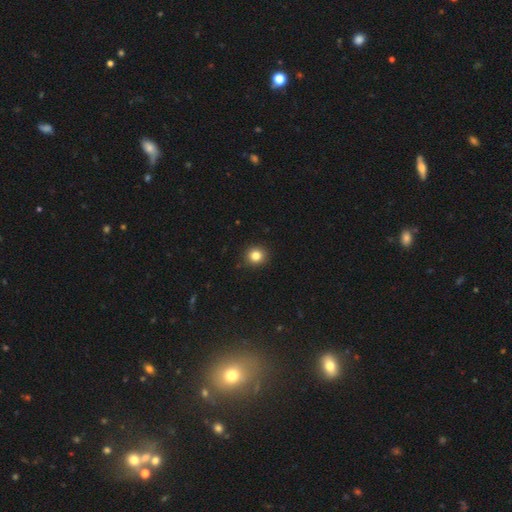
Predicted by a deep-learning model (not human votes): smooth 82%, star or artifact 12%, featured or disk 6%. Down the decision tree: how rounded — round (89%); merging — none (91%).